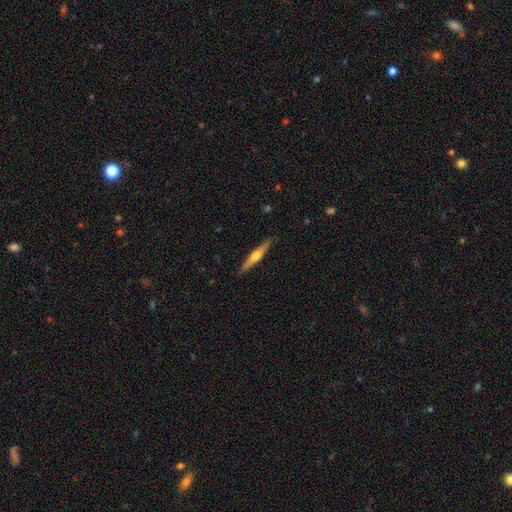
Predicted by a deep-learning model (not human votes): This is possibly a featured or disk galaxy (59%). It is clearly viewed edge-on (96%). Edge-on bulge: clearly rounded (87%). Merging: clearly none (88%).